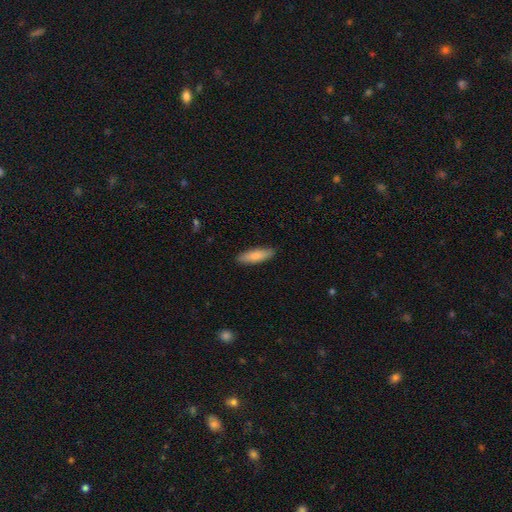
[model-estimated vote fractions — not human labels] Q: Smooth or featured?
A: smooth (83%); runner-up: featured or disk (11%)
Q: How rounded?
A: cigar-shaped (57%); runner-up: in between (41%)
Q: Merging?
A: none (88%); runner-up: minor disturbance (9%)